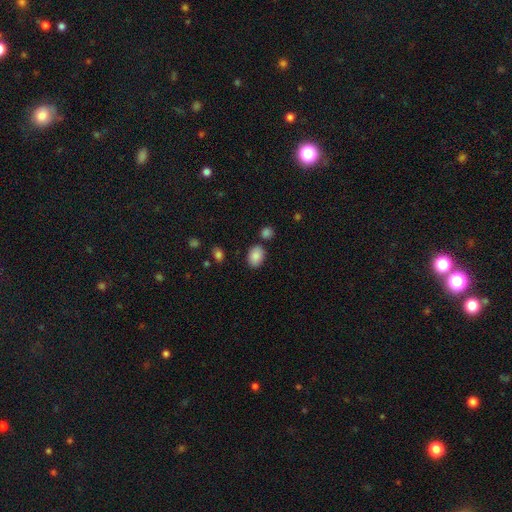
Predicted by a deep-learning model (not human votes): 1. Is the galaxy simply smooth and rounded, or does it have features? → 87% smooth, 8% star or artifact, 5% featured or disk.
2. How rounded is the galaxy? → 80% in between, 19% round, 1% cigar-shaped.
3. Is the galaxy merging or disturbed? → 78% none, 13% minor disturbance, 6% merger, 3% major disturbance.